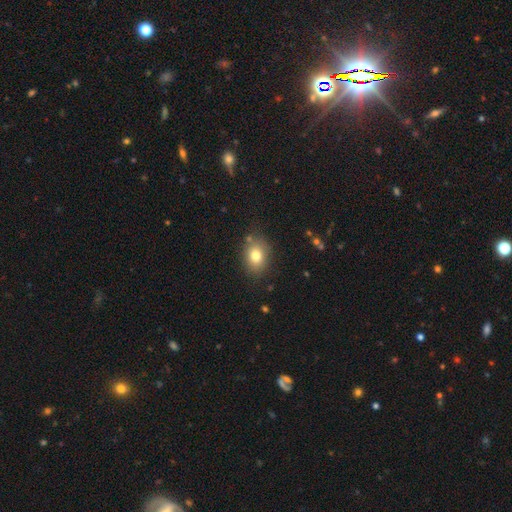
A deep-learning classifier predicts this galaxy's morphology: This is likely a smooth galaxy (78%). How rounded: possibly in between (59%). Merging: clearly none (82%).